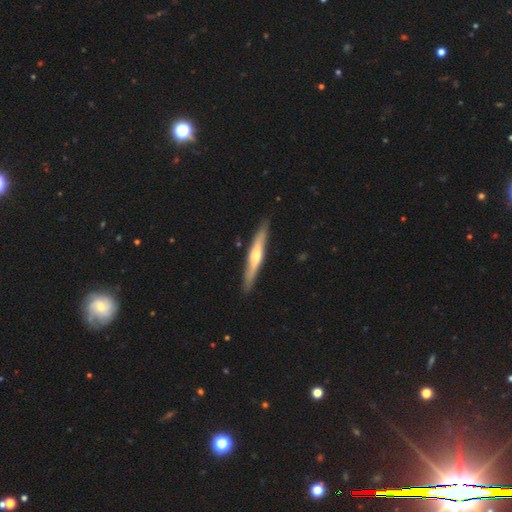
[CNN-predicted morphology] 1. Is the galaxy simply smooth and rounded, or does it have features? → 60% featured or disk, 35% smooth, 5% star or artifact.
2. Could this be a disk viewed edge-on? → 92% yes, 8% no.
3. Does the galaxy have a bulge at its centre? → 80% rounded, 15% none, 5% boxy.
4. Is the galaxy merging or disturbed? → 89% none, 8% minor disturbance, 2% major disturbance, 1% merger.